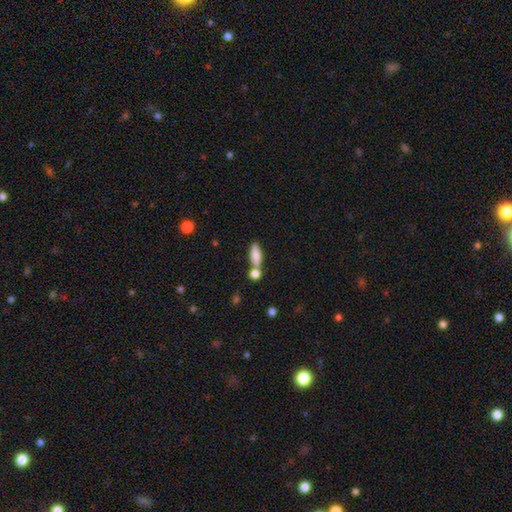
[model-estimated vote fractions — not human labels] smooth 80%, featured or disk 13%, star or artifact 7%. Down the decision tree: how rounded — in between (61%); merging — none (56%).